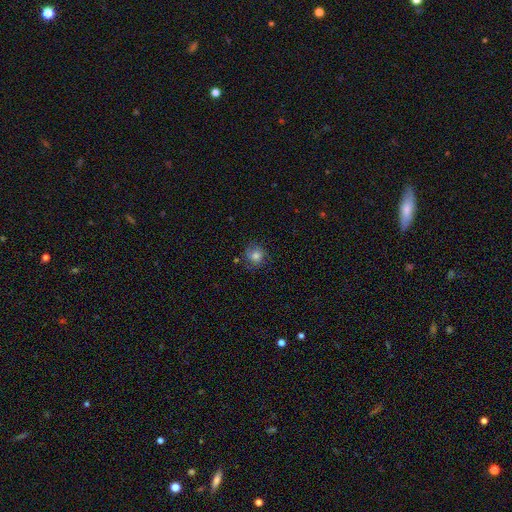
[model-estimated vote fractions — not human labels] Smooth or featured?
  - smooth: 73% *
  - featured or disk: 14%
  - star or artifact: 12%
How rounded?
  - round: 85% *
  - in between: 14%
  - cigar-shaped: 1%
Merging?
  - none: 73% *
  - minor disturbance: 18%
  - major disturbance: 6%
  - merger: 2%